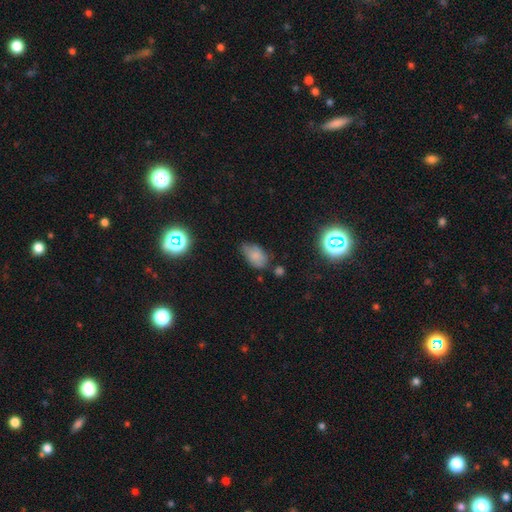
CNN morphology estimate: This is likely a smooth galaxy (74%). How rounded: clearly in between (91%). Merging: possibly none (51%).